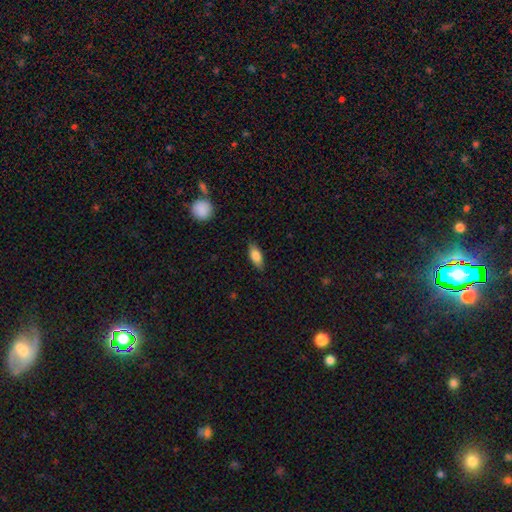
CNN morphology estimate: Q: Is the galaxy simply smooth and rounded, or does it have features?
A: smooth — 81%.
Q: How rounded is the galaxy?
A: in between — 77%.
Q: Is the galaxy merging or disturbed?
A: none — 83%.